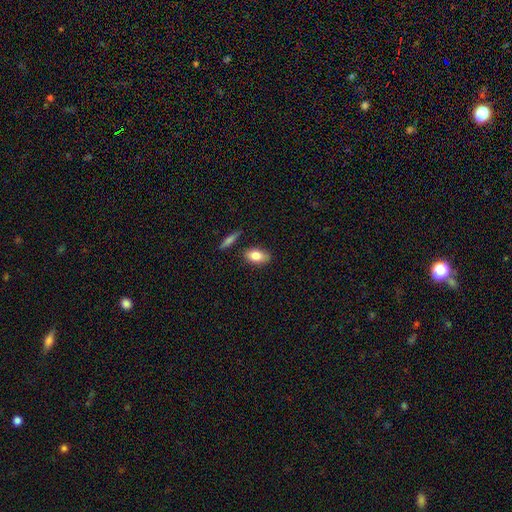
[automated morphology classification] Overall: smooth (81%). How rounded: in between (89%). Merging: none (79%).